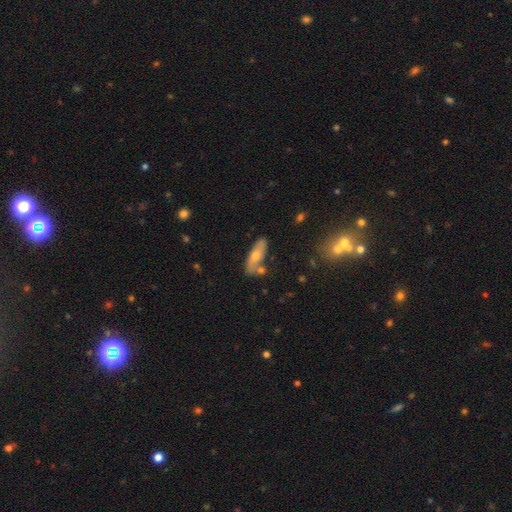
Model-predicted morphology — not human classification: Q: Smooth or featured?
A: smooth (55%); runner-up: featured or disk (37%)
Q: How rounded?
A: in between (58%); runner-up: cigar-shaped (39%)
Q: Merging?
A: none (69%); runner-up: minor disturbance (16%)